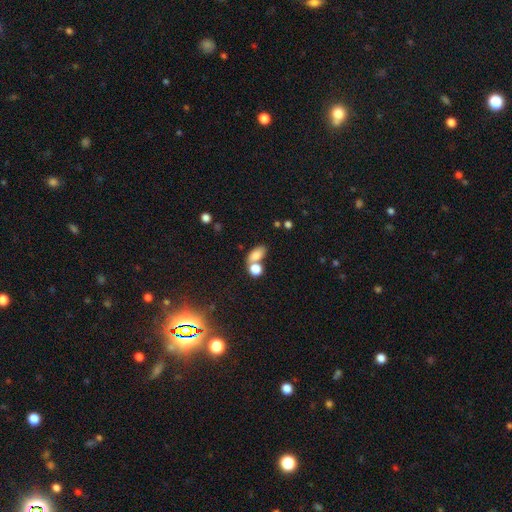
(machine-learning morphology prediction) Smooth or featured? smooth (78%)
How rounded? in between (84%)
Merging? none (43%)